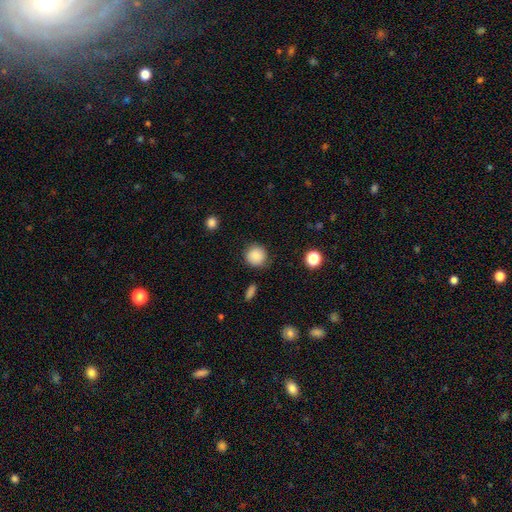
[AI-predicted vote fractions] The model was most divided on "merging": none: 83%, minor disturbance: 12%, major disturbance: 3%, merger: 2%. More confident: how rounded — round (92%); smooth or featured — smooth (87%).